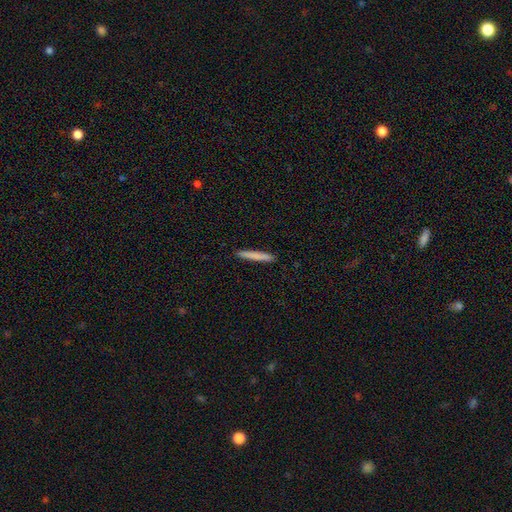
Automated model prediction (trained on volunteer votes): The model was most divided on "smooth or featured": smooth: 79%, featured or disk: 16%, star or artifact: 6%. More confident: how rounded — cigar-shaped (96%); merging — none (92%).